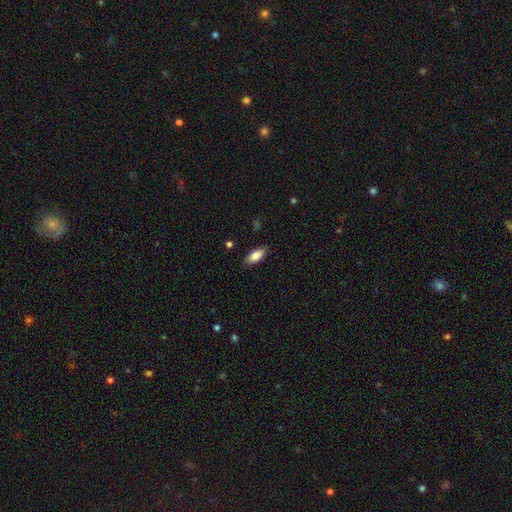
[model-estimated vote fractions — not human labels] A smooth galaxy with no disk features (83%) that is in between round and cigar-shaped (82%).

Vote fractions:
- Smooth or featured? smooth: 83% / featured or disk: 10% / star or artifact: 7%
- How rounded? in between: 82% / cigar-shaped: 16% / round: 2%
- Merging? none: 86% / minor disturbance: 11% / major disturbance: 2% / merger: 1%